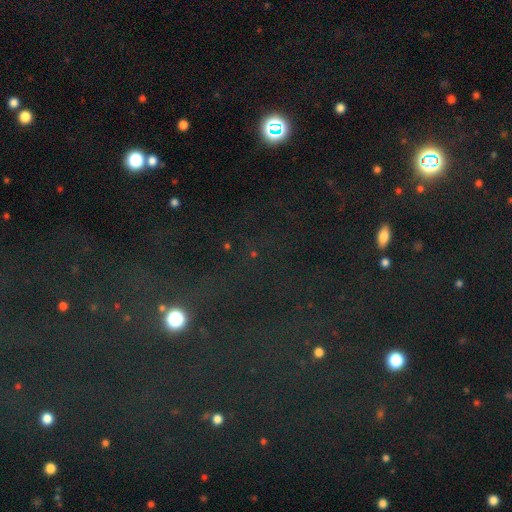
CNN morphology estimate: The model was most divided on "smooth or featured": star or artifact: 74%, smooth: 18%, featured or disk: 8%.